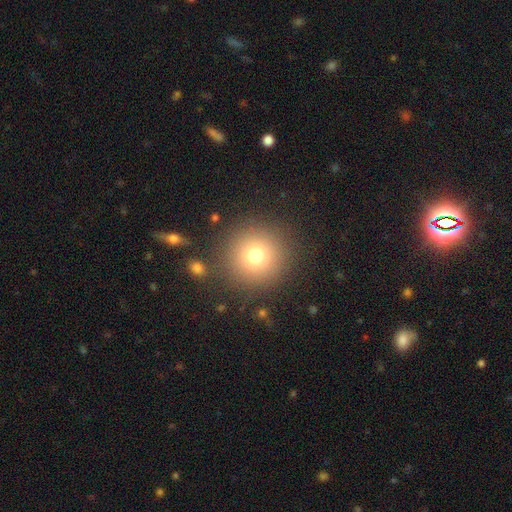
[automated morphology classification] Overall: smooth (76%). How rounded: round (96%). Merging: none (87%).